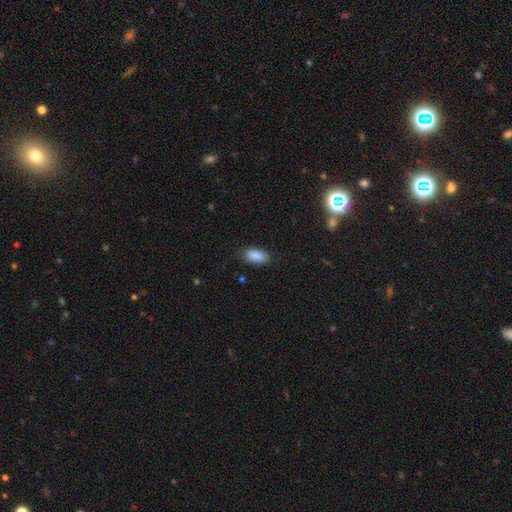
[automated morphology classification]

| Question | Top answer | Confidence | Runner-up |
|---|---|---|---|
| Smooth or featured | smooth | 89% | star or artifact (7%) |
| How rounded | in between | 89% | cigar-shaped (8%) |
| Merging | none | 84% | minor disturbance (12%) |